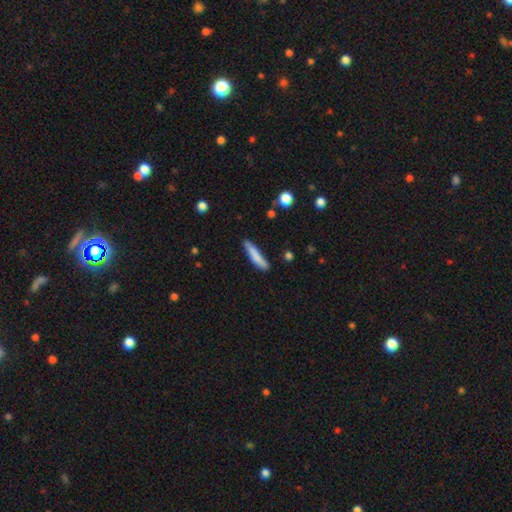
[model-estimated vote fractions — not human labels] A smooth galaxy with no disk features (80%) that is cigar-shaped (85%).

Vote fractions:
- Smooth or featured? smooth: 80% / featured or disk: 14% / star or artifact: 6%
- How rounded? cigar-shaped: 85% / in between: 13% / round: 1%
- Merging? none: 75% / minor disturbance: 19% / major disturbance: 3% / merger: 3%